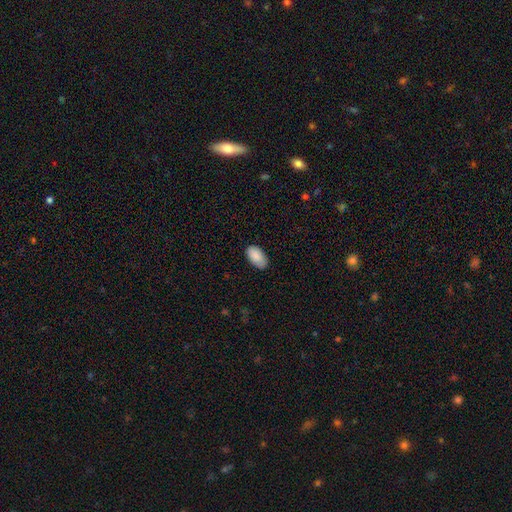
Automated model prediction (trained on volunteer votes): smooth_or_featured: smooth (p=0.88) [alt: featured or disk p=0.06]
how_rounded: in between (p=0.95) [alt: round p=0.03]
merging: none (p=0.79) [alt: minor disturbance p=0.17]